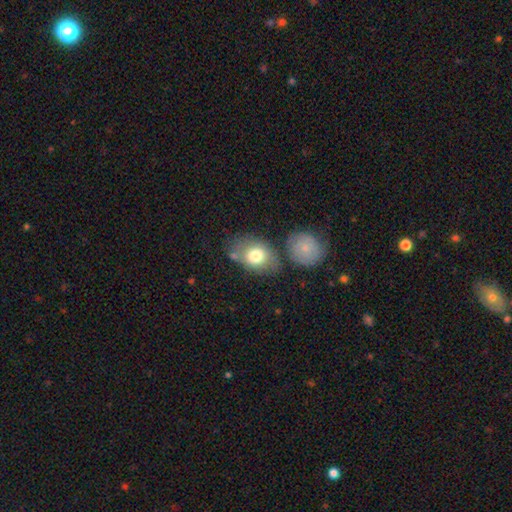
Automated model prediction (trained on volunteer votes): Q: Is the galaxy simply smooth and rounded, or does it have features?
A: smooth — 77%.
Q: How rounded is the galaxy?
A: in between — 67%.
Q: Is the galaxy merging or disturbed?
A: none — 57%.